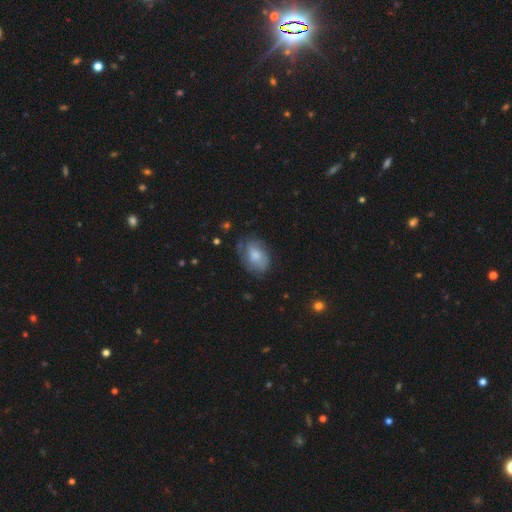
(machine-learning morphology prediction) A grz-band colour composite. It shows a smooth galaxy with no disk features (54%) that is in between round and cigar-shaped (83%). Merging: none (59%).